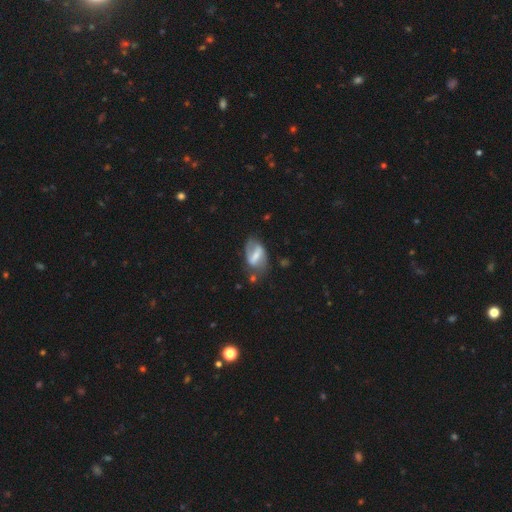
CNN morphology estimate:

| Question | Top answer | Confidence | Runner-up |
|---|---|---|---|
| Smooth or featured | featured or disk | 65% | smooth (28%) |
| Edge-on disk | no | 92% | yes (8%) |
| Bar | strong | 62% | weak (29%) |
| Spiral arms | yes | 68% | no (32%) |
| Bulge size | small | 35% | tied: moderate (35%) |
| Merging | none | 61% | minor disturbance (23%) |